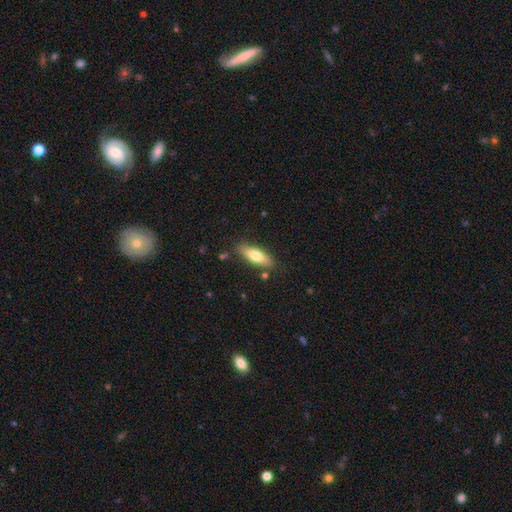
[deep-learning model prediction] A smooth galaxy with no disk features (71%) that is in between round and cigar-shaped (54%). Merging: none (82%).